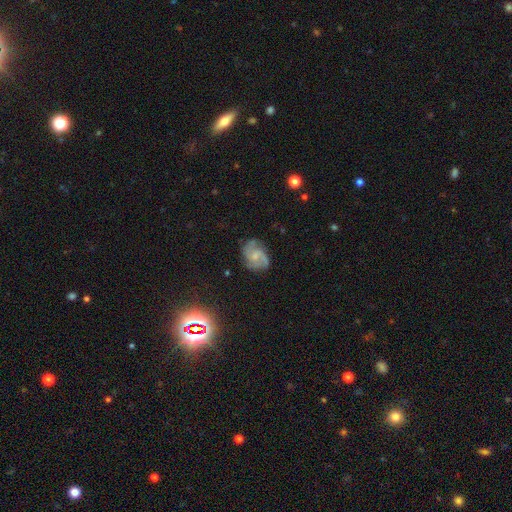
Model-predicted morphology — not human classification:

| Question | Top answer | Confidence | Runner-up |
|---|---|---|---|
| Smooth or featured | featured or disk | 80% | smooth (13%) |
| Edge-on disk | no | 98% | yes (2%) |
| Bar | no | 62% | weak (33%) |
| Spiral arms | yes | 95% | no (5%) |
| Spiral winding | medium | 52% | tight (29%) |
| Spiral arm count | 3 | 42% | 2 (32%) |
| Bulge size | small | 56% | moderate (30%) |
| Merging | none | 69% | minor disturbance (20%) |